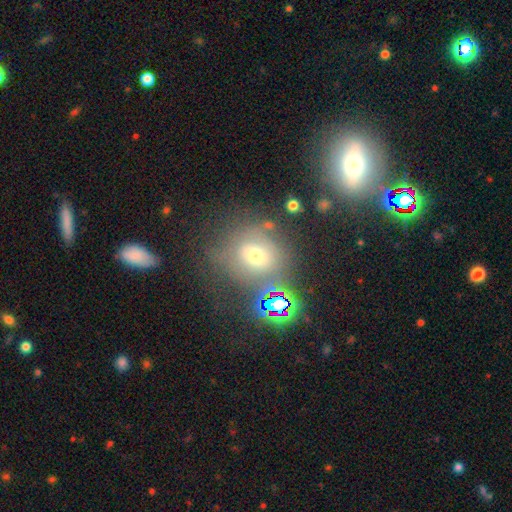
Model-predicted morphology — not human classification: smooth 57%, star or artifact 23%, featured or disk 21%. Down the decision tree: how rounded — round (75%); merging — none (55%).